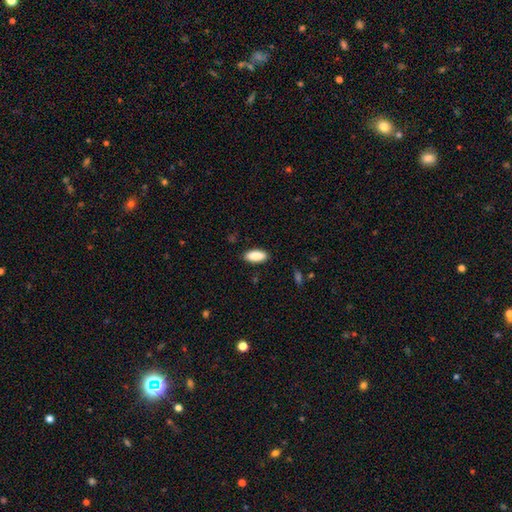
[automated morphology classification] smooth 90%, star or artifact 6%, featured or disk 4%. Down the decision tree: how rounded — in between (86%); merging — none (88%).